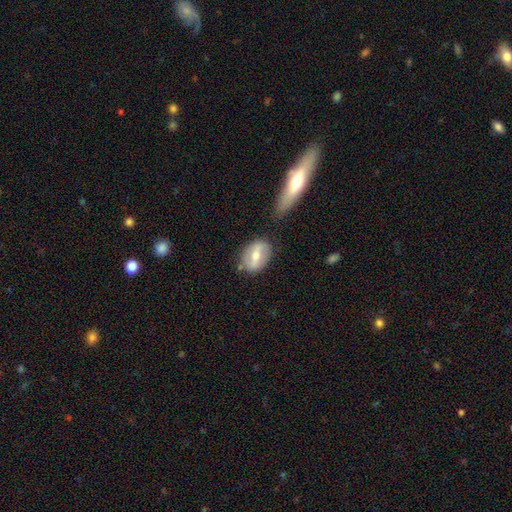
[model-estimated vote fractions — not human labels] This appears to be a smooth galaxy with no disk features (47%, tied with featured or disk). Merging: none (71%).